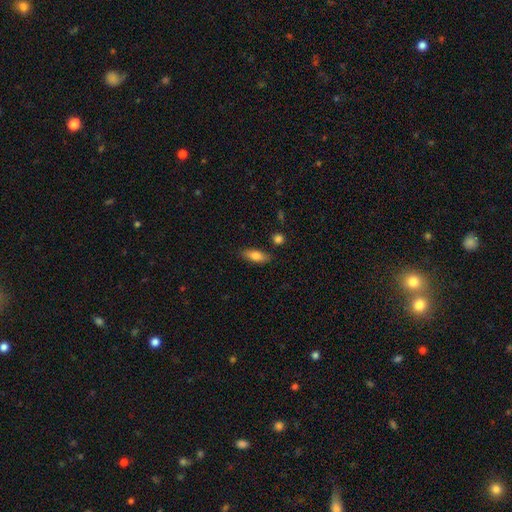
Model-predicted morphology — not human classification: Overall: smooth (77%). How rounded: in between (68%; cigar-shaped 29%). Merging: none (84%).